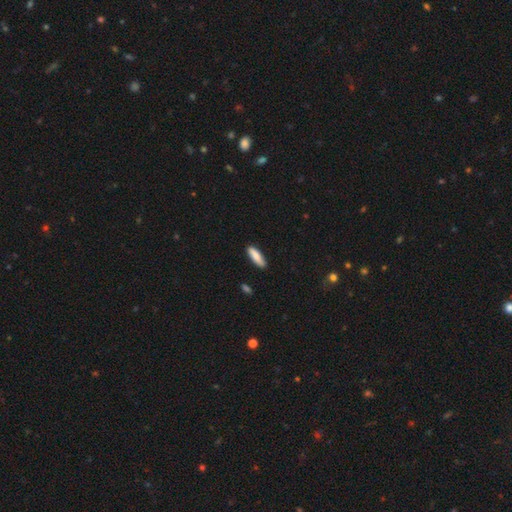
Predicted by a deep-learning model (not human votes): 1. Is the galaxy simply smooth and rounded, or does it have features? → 84% smooth, 11% featured or disk, 6% star or artifact.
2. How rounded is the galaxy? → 54% cigar-shaped, 44% in between, 2% round.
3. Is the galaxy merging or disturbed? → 87% none, 10% minor disturbance, 2% major disturbance, 1% merger.